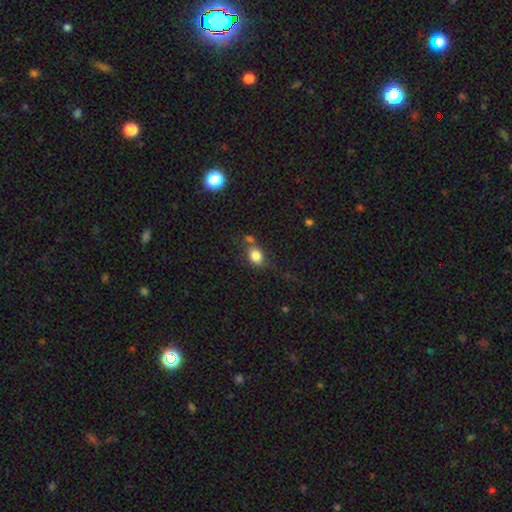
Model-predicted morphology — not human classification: Smooth or featured: smooth — 82% (star or artifact — 10%)
How rounded: in between — 57% (round — 41%)
Merging: none — 55% (minor disturbance — 19%)